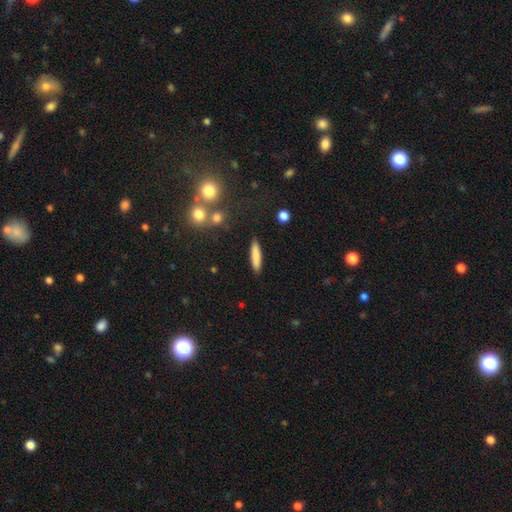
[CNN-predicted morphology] Overall: smooth (80%). How rounded: cigar-shaped (86%). Merging: none (88%).